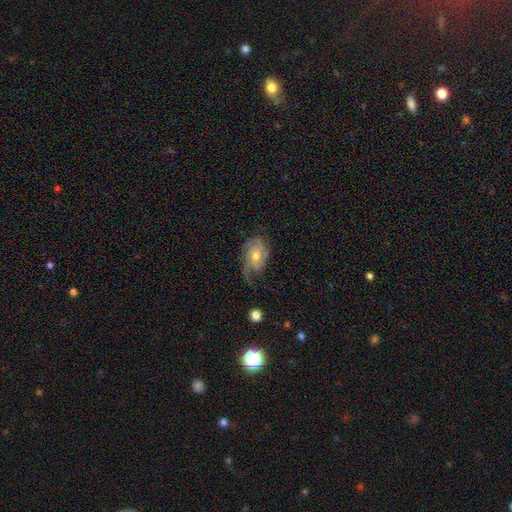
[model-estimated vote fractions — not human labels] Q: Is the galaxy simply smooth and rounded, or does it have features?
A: featured or disk — 81%.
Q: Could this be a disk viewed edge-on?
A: no — 97%.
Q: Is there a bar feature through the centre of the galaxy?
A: no — 71%.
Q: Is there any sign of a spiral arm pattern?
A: yes — 96%.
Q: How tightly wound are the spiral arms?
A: tight — 49%.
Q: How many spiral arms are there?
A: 3 — 35%.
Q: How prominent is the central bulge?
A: moderate — 56%.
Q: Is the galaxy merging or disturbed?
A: none — 62%.